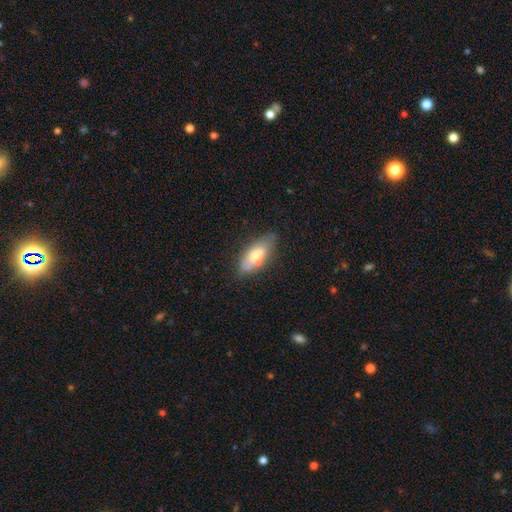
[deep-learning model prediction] A smooth galaxy with no disk features (68%) that is in between round and cigar-shaped (78%).

Vote fractions:
- Smooth or featured? smooth: 68% / featured or disk: 26% / star or artifact: 7%
- How rounded? in between: 78% / cigar-shaped: 19% / round: 2%
- Merging? none: 75% / minor disturbance: 20% / major disturbance: 4% / merger: 2%